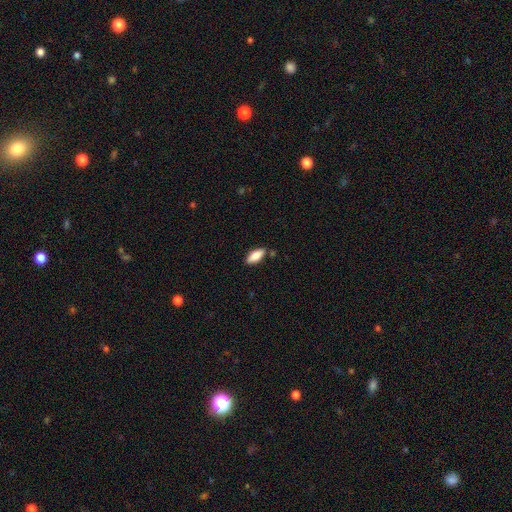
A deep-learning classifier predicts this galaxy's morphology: Q: Smooth or featured?
A: smooth (84%); runner-up: featured or disk (10%)
Q: How rounded?
A: in between (86%); runner-up: cigar-shaped (12%)
Q: Merging?
A: none (83%); runner-up: minor disturbance (12%)